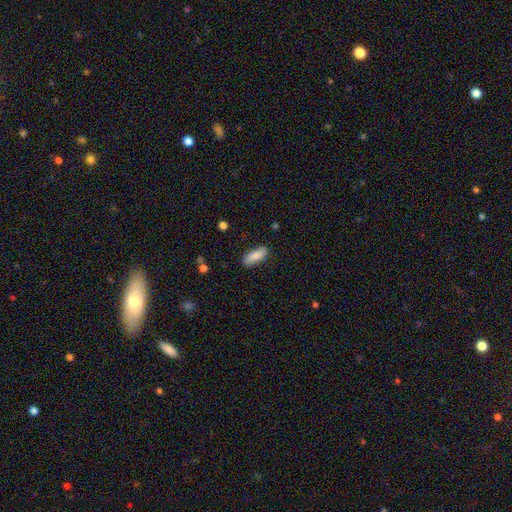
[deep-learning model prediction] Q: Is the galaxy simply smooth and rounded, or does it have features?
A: smooth — 84%.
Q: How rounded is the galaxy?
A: in between — 73%.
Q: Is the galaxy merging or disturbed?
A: none — 86%.